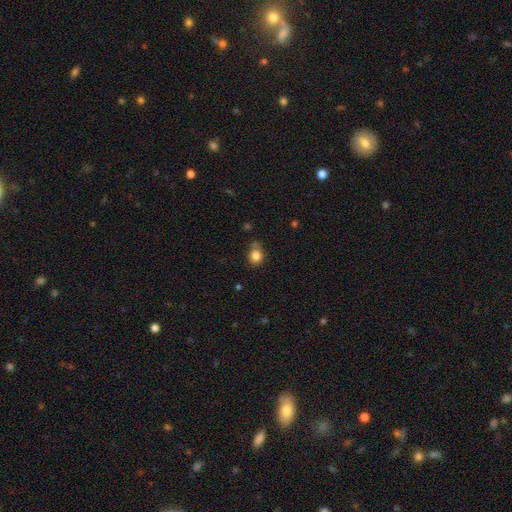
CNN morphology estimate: Q: Smooth or featured?
A: smooth (83%); runner-up: star or artifact (11%)
Q: How rounded?
A: round (72%); runner-up: in between (27%)
Q: Merging?
A: none (66%); runner-up: minor disturbance (22%)